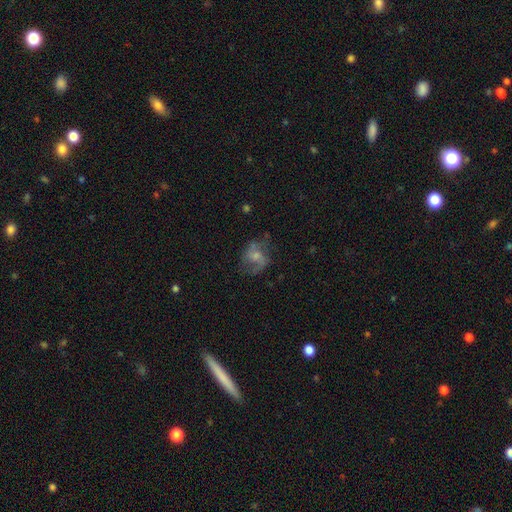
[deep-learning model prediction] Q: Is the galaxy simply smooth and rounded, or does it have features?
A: featured or disk — 58%.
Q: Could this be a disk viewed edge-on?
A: no — 97%.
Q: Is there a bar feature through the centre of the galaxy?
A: no — 55%.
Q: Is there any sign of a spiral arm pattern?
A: yes — 81%.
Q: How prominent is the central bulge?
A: small — 45%.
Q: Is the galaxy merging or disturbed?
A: none — 56%.